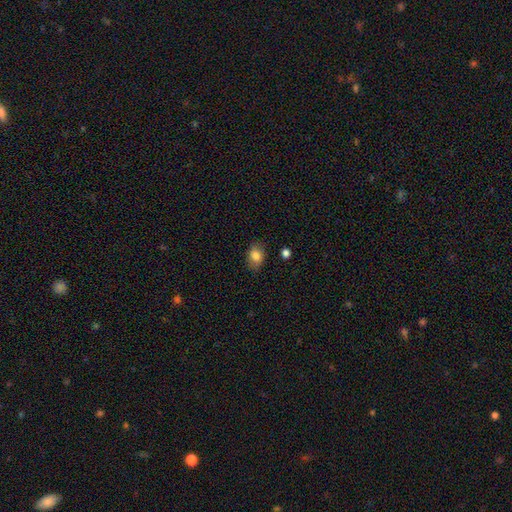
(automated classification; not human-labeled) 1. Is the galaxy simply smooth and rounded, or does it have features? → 82% smooth, 9% star or artifact, 9% featured or disk.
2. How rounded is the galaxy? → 75% in between, 24% round, 1% cigar-shaped.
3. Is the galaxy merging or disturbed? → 79% none, 15% minor disturbance, 4% major disturbance, 2% merger.